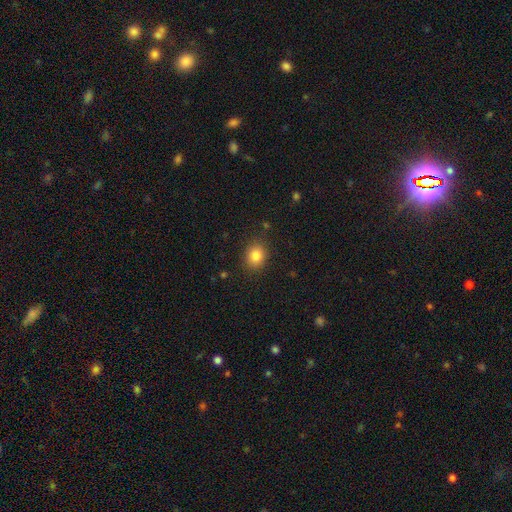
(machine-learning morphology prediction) A smooth galaxy with no disk features (84%) that is round (62%). Merging: none (87%).